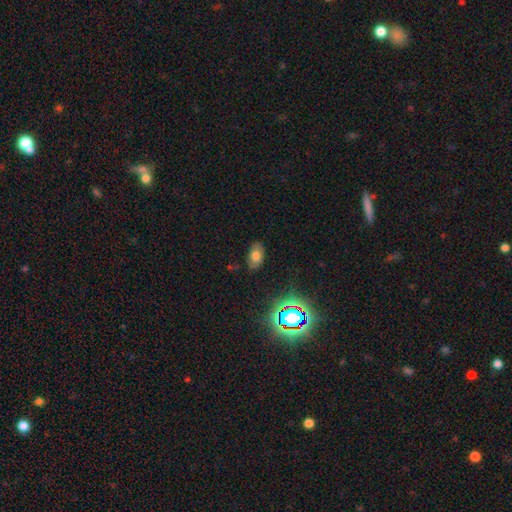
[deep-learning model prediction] Q: Smooth or featured?
A: smooth (67%); runner-up: star or artifact (17%)
Q: How rounded?
A: in between (91%); runner-up: round (8%)
Q: Merging?
A: none (80%); runner-up: minor disturbance (15%)